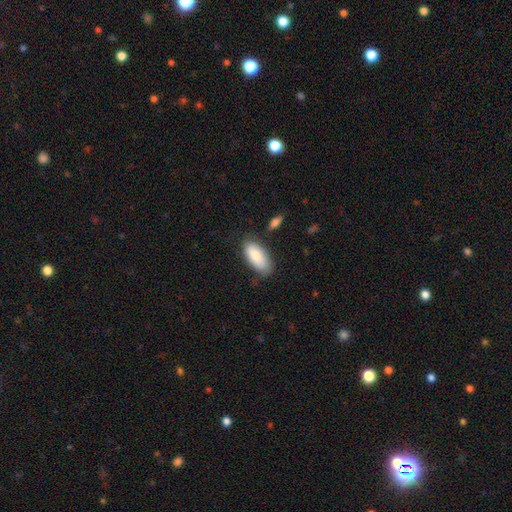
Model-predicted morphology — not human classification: Smooth or featured? smooth (83%)
How rounded? in between (89%)
Merging? none (71%)